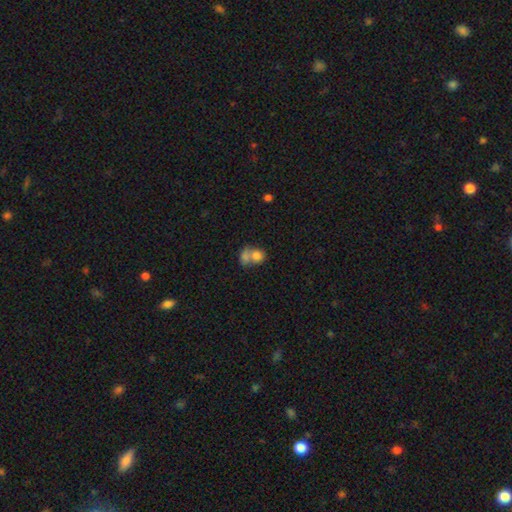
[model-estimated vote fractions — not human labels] Smooth or featured? Predicted: smooth (p=0.77). How rounded? Predicted: round (p=0.60). Merging? Predicted: merger (p=0.64).